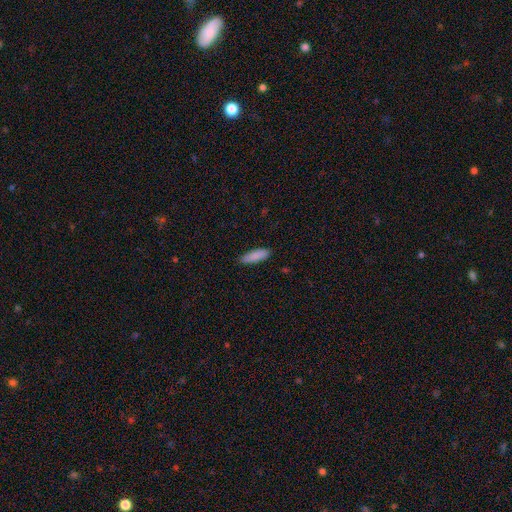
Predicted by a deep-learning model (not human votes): Morphology: type=smooth (88%); roundness=cigar-shaped (53%); merging=none (87%).